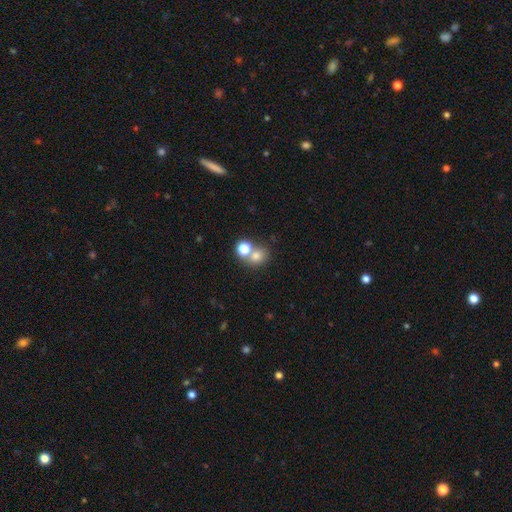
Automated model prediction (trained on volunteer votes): Morphology: type=smooth (74%); roundness=round (70%); merging=none (47%).